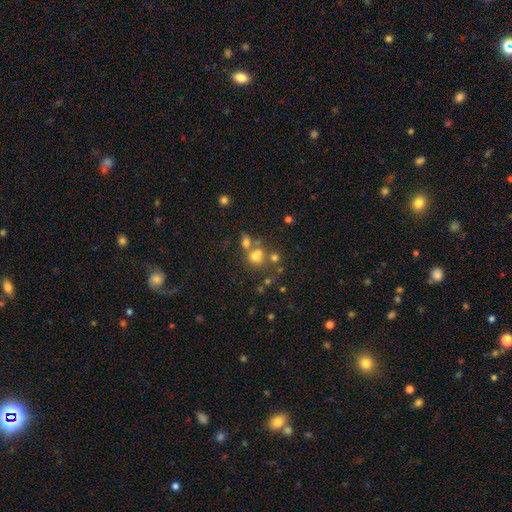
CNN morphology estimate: A smooth galaxy with no disk features (61%) that is round (71%).

Vote fractions:
- Smooth or featured? smooth: 61% / star or artifact: 21% / featured or disk: 18%
- How rounded? round: 71% / in between: 28% / cigar-shaped: 1%
- Merging? merger: 43% / none: 41% / minor disturbance: 10% / major disturbance: 7%